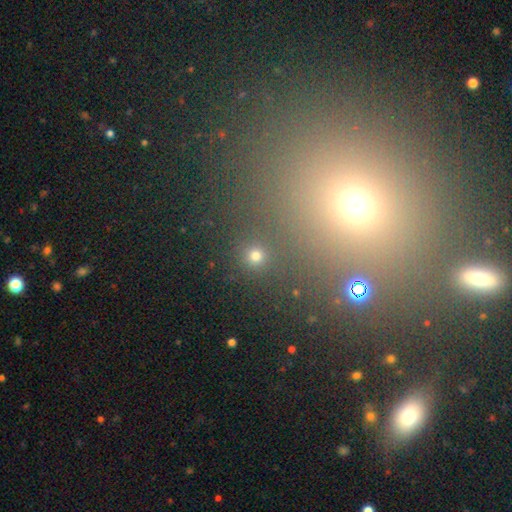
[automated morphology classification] The model was most divided on "smooth or featured": smooth: 72%, star or artifact: 22%, featured or disk: 5%. More confident: how rounded — round (94%); merging — none (87%).